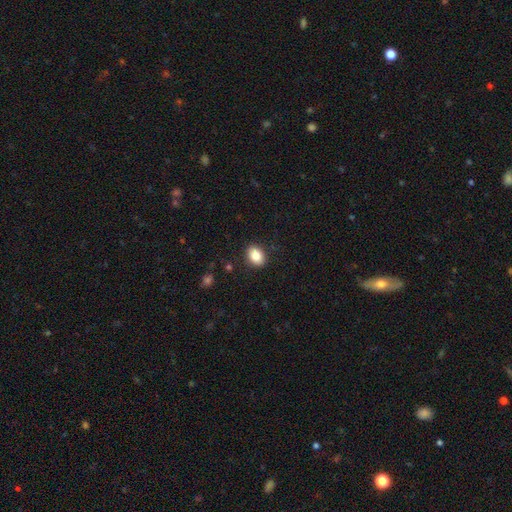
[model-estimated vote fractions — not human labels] Overall: smooth (86%). How rounded: in between (74%). Merging: none (89%).